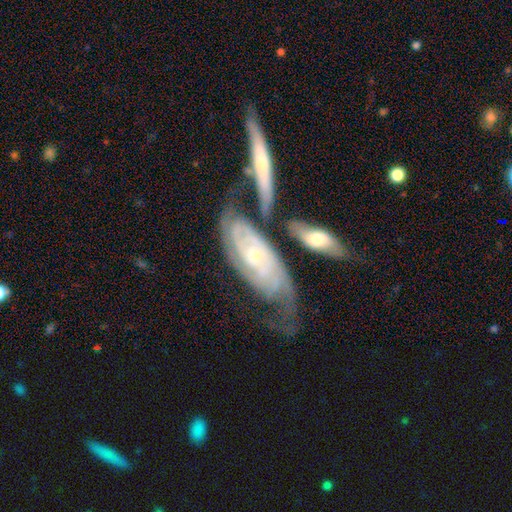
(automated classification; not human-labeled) Overall: featured or disk (86%). Edge-on disk: no (89%). Bar: no (67%). Spiral arms: yes (96%). Spiral arm count: 2 (37%; can't tell 33%). Spiral winding: tight (71%). Bulge size: small (48%; moderate 43%). Merging: none (48%; minor disturbance 22%).